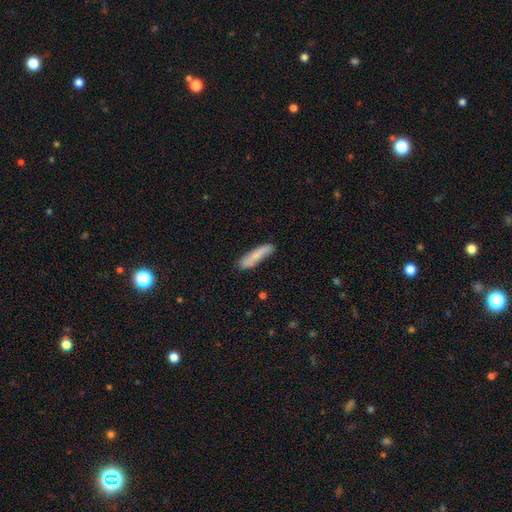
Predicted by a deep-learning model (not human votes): The model was most divided on "smooth or featured": smooth: 68%, featured or disk: 26%, star or artifact: 6%. More confident: how rounded — cigar-shaped (80%); merging — none (79%).